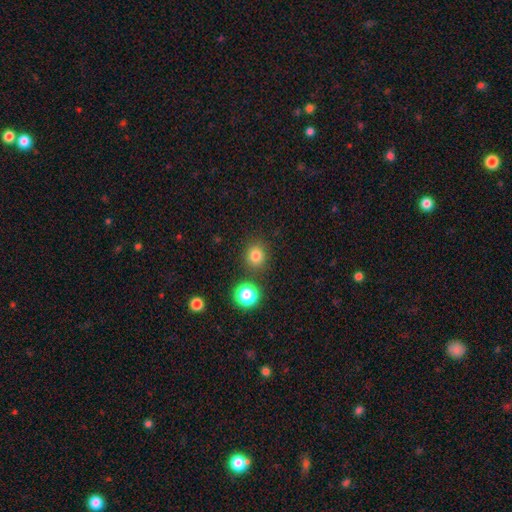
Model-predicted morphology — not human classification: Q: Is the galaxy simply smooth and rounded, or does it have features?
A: smooth — 79%.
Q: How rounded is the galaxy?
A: round — 87%.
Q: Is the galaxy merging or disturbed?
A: none — 84%.